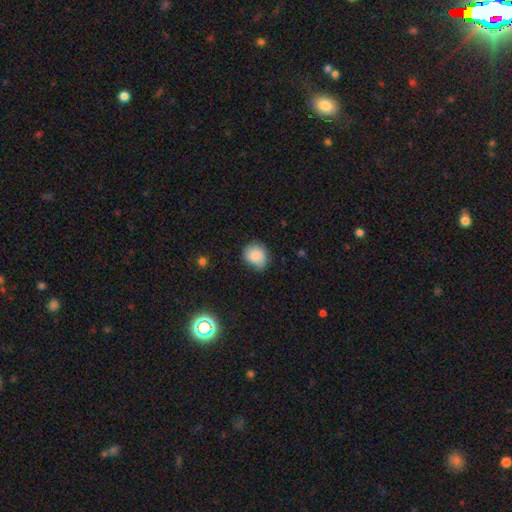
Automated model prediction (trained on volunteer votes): Overall: smooth (85%). How rounded: round (63%; in between 36%). Merging: none (63%; minor disturbance 30%).